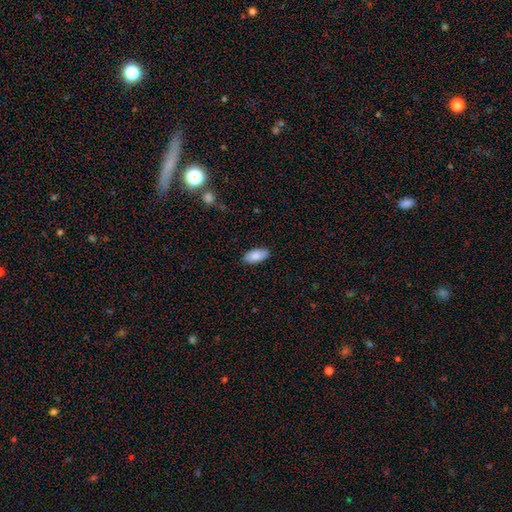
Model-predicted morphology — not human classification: Q: Smooth or featured?
A: smooth (87%); runner-up: featured or disk (7%)
Q: How rounded?
A: in between (92%); runner-up: cigar-shaped (6%)
Q: Merging?
A: none (87%); runner-up: minor disturbance (9%)